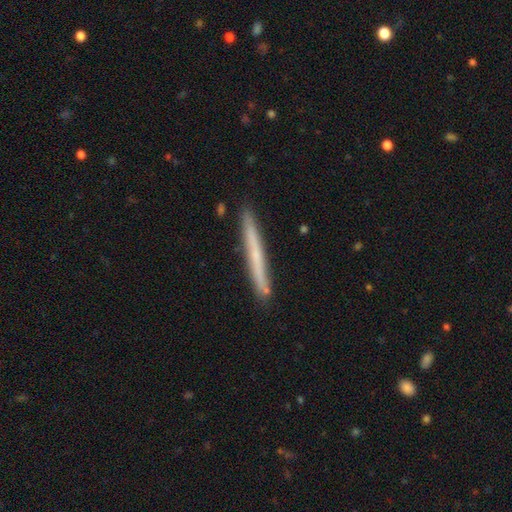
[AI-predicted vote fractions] smooth_or_featured: smooth (p=0.48) [alt: featured or disk p=0.45]
merging: none (p=0.90) [alt: minor disturbance p=0.07]